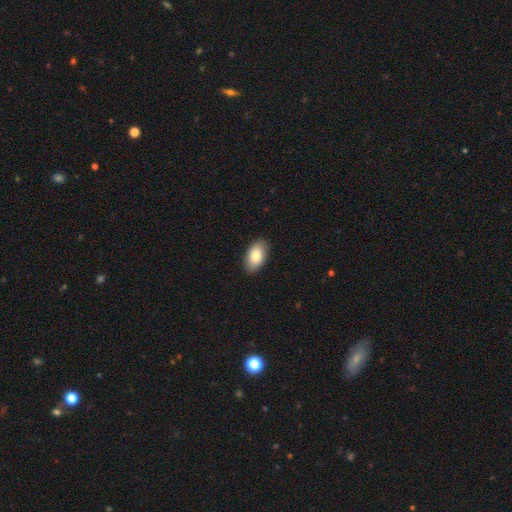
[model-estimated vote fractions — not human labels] Smooth or featured? Predicted: smooth (p=0.84). How rounded? Predicted: in between (p=0.94). Merging? Predicted: none (p=0.89).